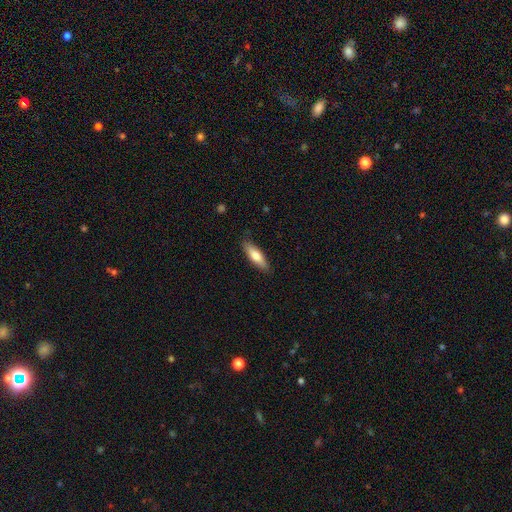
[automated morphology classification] smooth_or_featured: smooth (p=0.68) [alt: featured or disk p=0.26]
how_rounded: cigar-shaped (p=0.58) [alt: in between p=0.40]
merging: none (p=0.87) [alt: minor disturbance p=0.10]